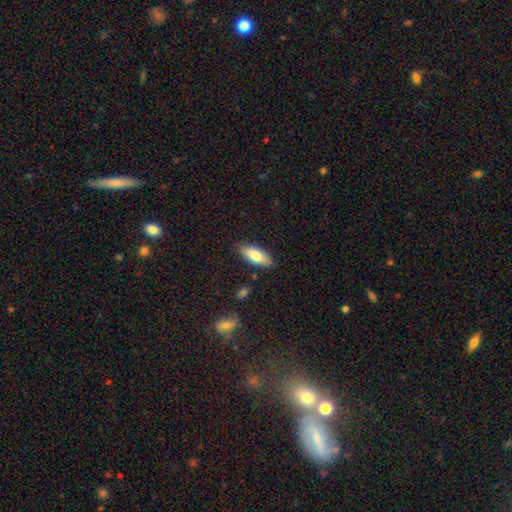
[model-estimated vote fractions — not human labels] This is likely a smooth galaxy (77%). How rounded: likely in between (76%). Merging: clearly none (85%).